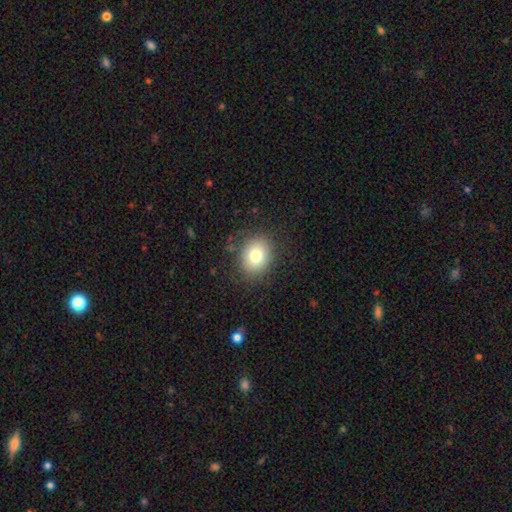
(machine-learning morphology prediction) Smooth or featured? Predicted: smooth (p=0.78). How rounded? Predicted: round (p=0.56). Merging? Predicted: none (p=0.83).